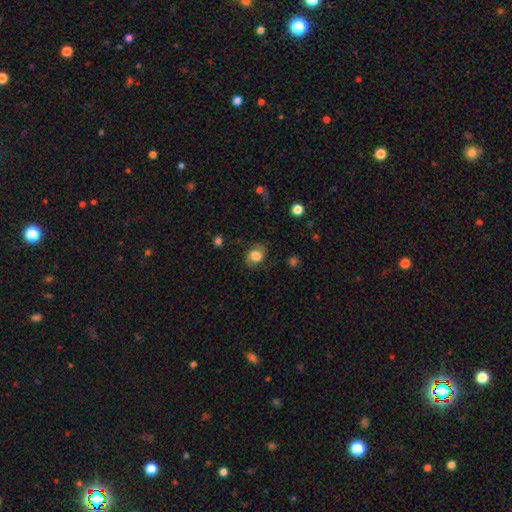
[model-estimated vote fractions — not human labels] Smooth or featured? Predicted: smooth (p=0.58). How rounded? Predicted: in between (p=0.50). Merging? Predicted: none (p=0.68).